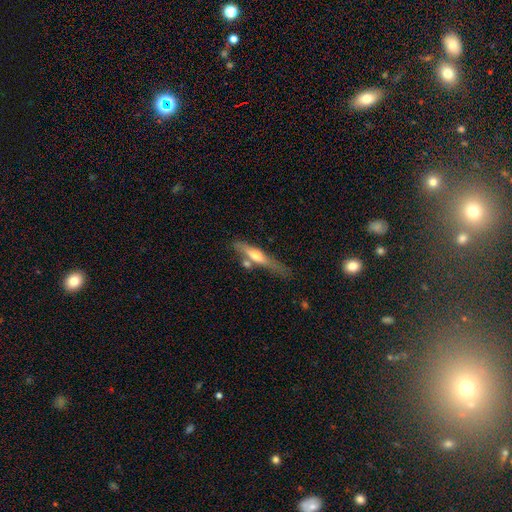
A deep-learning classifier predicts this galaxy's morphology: A featured or disk galaxy (50%) viewed edge-on (86%). Merging: none (57%).